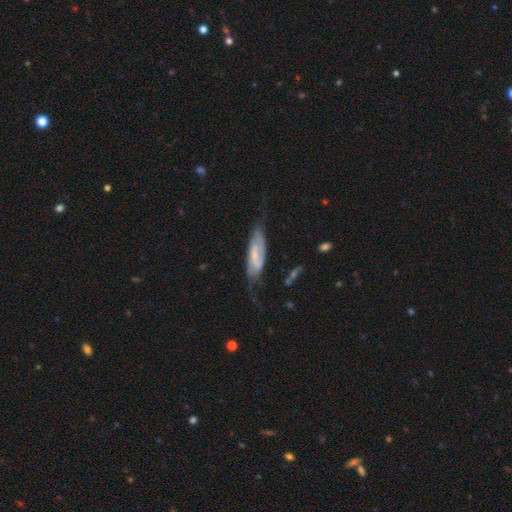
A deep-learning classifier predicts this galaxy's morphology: Smooth or featured?
  - featured or disk: 62% *
  - smooth: 31%
  - star or artifact: 7%
Edge-on disk?
  - no: 76% *
  - yes: 24%
Merging?
  - none: 49% *
  - minor disturbance: 28%
  - major disturbance: 21%
  - merger: 3%